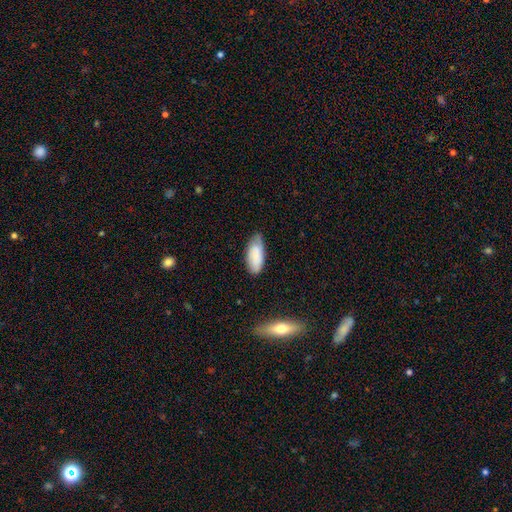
A smooth galaxy with no disk features (85%) that is in between round and cigar-shaped (76%). Merging: none (50%).